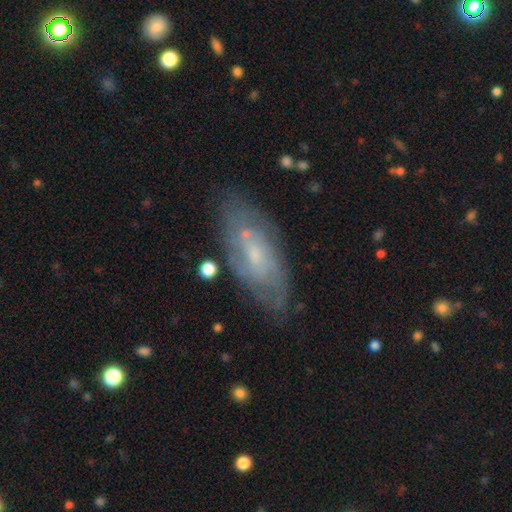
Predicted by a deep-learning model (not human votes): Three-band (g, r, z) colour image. It shows a featured or disk galaxy (61%) with no bar (66%), spiral arms (70%) and a small central bulge (65%). Merging: none (70%).